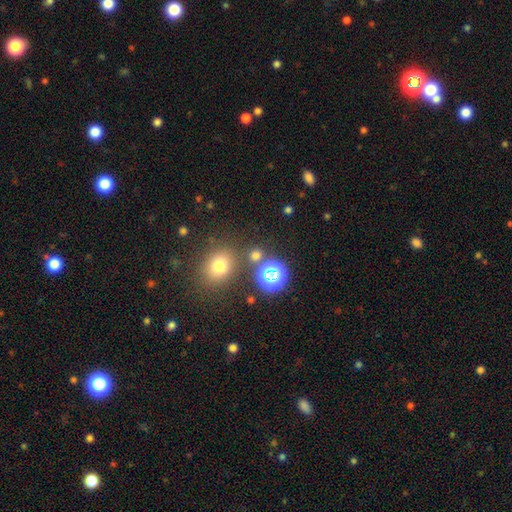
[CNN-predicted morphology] The model was most divided on "smooth or featured": smooth: 62%, star or artifact: 31%, featured or disk: 6%. More confident: how rounded — round (80%); merging — none (75%).